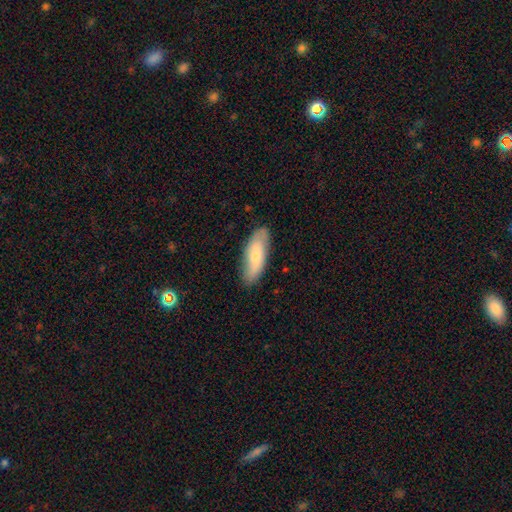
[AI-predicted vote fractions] This is likely a smooth galaxy (67%). How rounded: likely in between (66%). Merging: clearly none (83%).